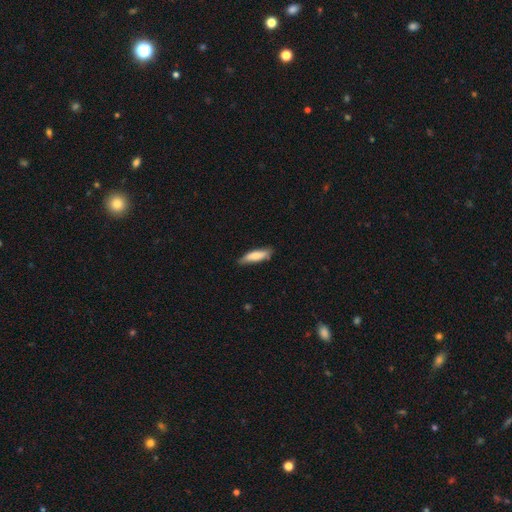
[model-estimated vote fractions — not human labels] This is likely a smooth galaxy (74%). How rounded: likely cigar-shaped (64%). Merging: likely none (77%).